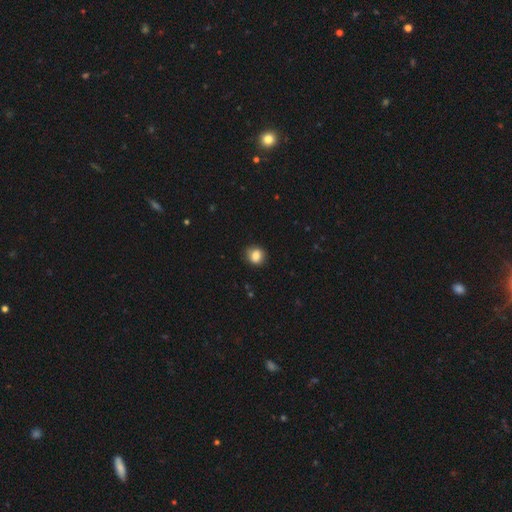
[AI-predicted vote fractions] Overall: smooth (83%). How rounded: round (74%). Merging: none (81%).